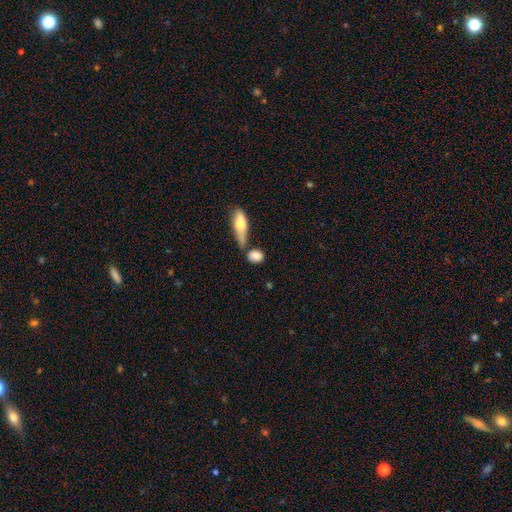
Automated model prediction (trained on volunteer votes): Smooth or featured?
  - smooth: 83% *
  - featured or disk: 10%
  - star or artifact: 7%
How rounded?
  - in between: 56% *
  - round: 34%
  - cigar-shaped: 10%
Merging?
  - none: 54% *
  - merger: 24%
  - minor disturbance: 16%
  - major disturbance: 6%